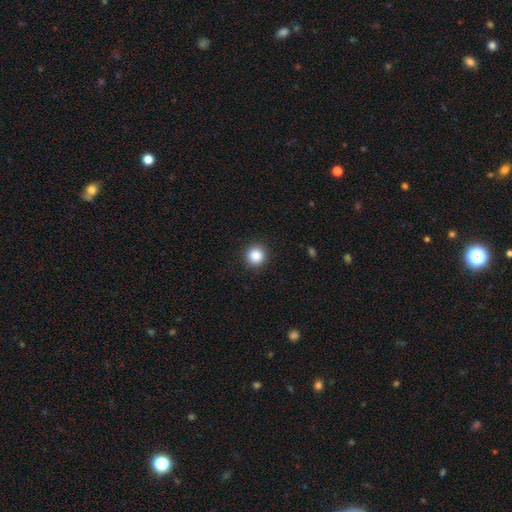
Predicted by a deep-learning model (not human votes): smooth 87%, star or artifact 10%, featured or disk 3%. Down the decision tree: how rounded — round (94%); merging — none (92%).